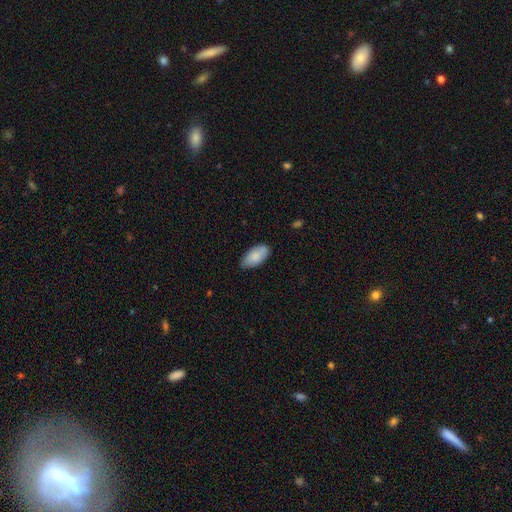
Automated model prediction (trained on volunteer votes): Smooth or featured?
  - smooth: 82% *
  - featured or disk: 12%
  - star or artifact: 6%
How rounded?
  - in between: 94% *
  - cigar-shaped: 4%
  - round: 2%
Merging?
  - none: 78% *
  - minor disturbance: 18%
  - major disturbance: 3%
  - merger: 2%